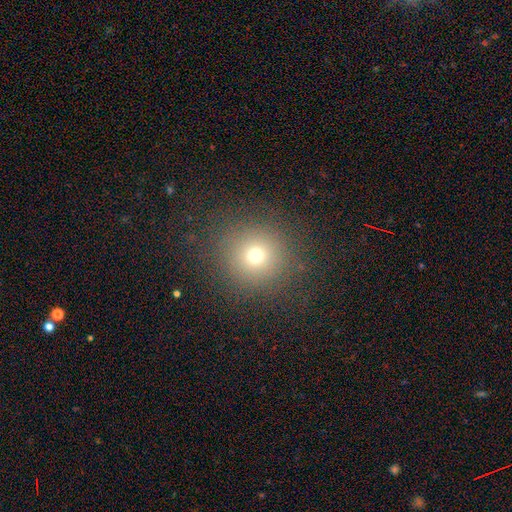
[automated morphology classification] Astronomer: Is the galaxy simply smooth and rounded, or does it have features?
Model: smooth — 70%.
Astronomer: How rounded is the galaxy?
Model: round — 94%.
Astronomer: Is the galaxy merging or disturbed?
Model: none — 87%.